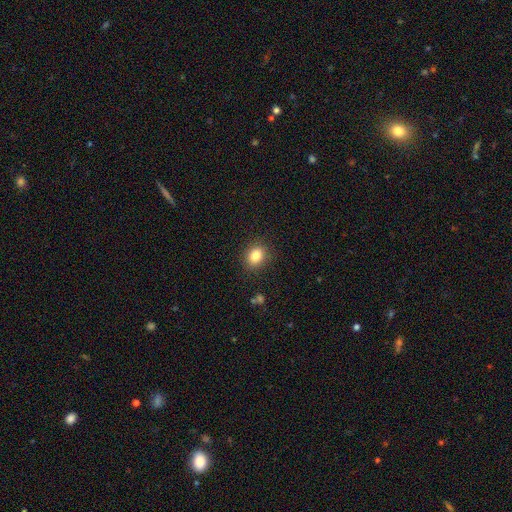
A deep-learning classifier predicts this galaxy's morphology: smooth-or-featured: smooth: 83% | star or artifact: 11% | featured or disk: 6%
  how-rounded: round: 53% | in between: 46% | cigar-shaped: 1%
  merging: none: 88% | minor disturbance: 8% | major disturbance: 3% | merger: 1%